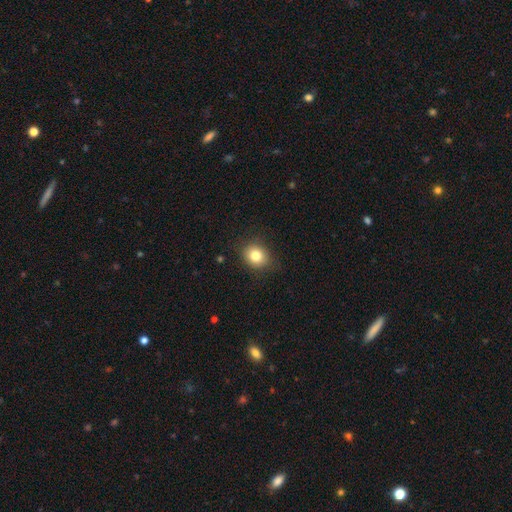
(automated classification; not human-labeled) smooth 82%, star or artifact 10%, featured or disk 8%. Down the decision tree: how rounded — round (64%); merging — none (83%).